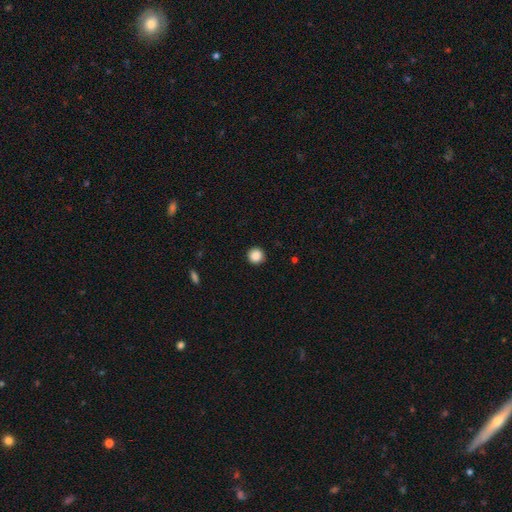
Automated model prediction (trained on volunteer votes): This appears to be a smooth galaxy with no disk features (88%) that is round (95%). Merging: none (92%).